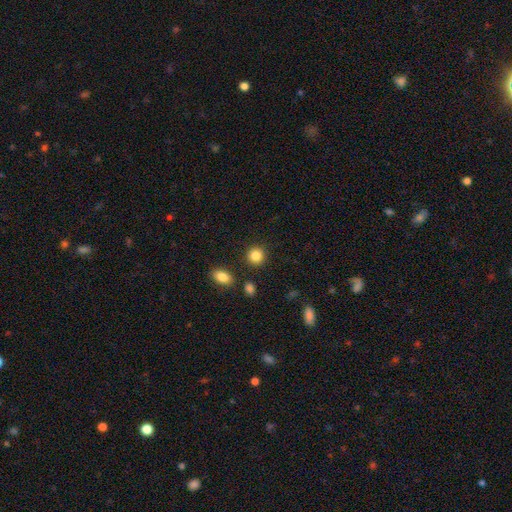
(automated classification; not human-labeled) A smooth galaxy with no disk features (87%) that is round (89%). Merging: none (88%).